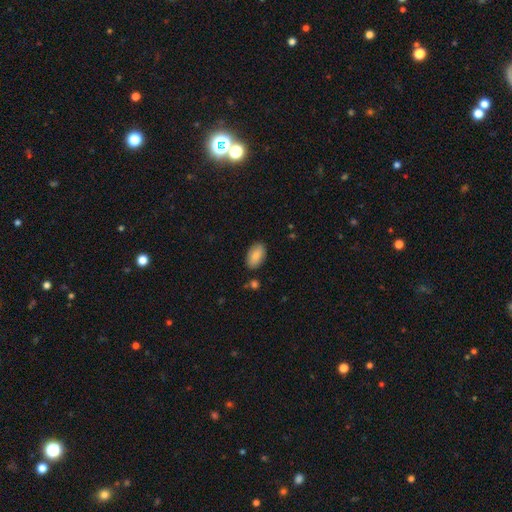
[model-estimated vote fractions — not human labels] A smooth galaxy with no disk features (85%) that is in between round and cigar-shaped (94%). Merging: none (85%).